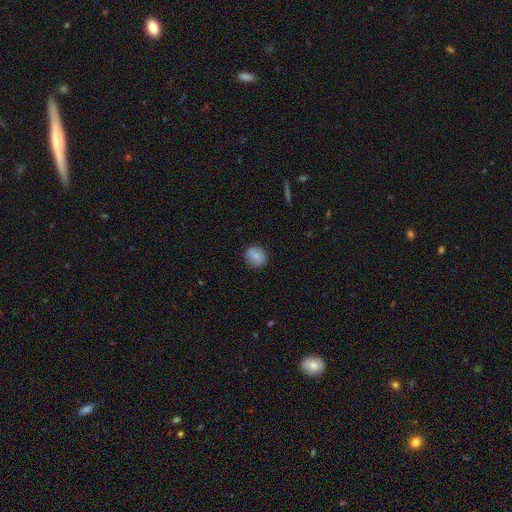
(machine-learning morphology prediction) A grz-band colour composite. It shows a smooth galaxy with no disk features (80%) that is round (79%). Merging: none (86%).